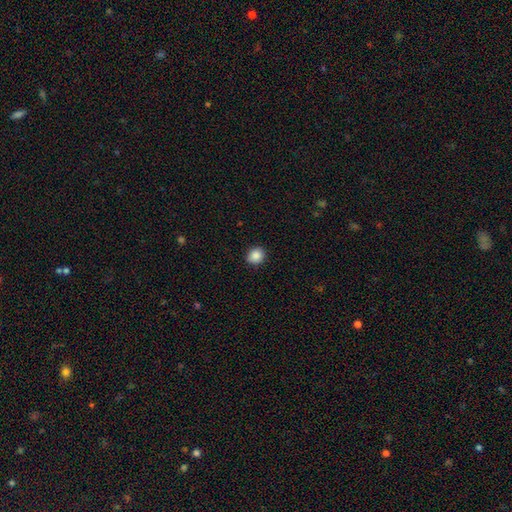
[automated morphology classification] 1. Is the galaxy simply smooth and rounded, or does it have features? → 87% smooth, 9% star or artifact, 3% featured or disk.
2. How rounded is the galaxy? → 80% round, 19% in between, 1% cigar-shaped.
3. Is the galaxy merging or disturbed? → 89% none, 8% minor disturbance, 2% major disturbance, 1% merger.